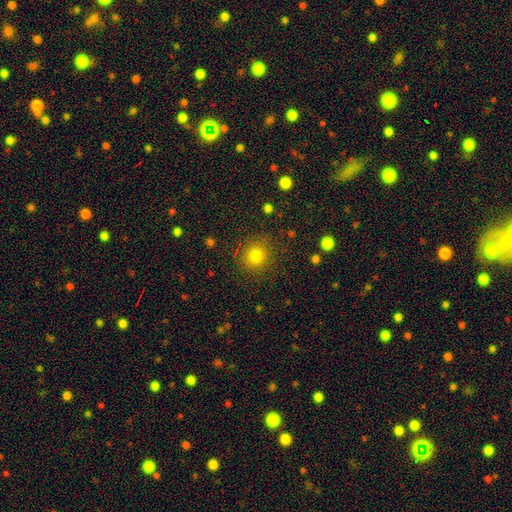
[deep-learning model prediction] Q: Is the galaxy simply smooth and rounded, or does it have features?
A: smooth — 80%.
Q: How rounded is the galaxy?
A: round — 91%.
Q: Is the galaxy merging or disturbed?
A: none — 88%.